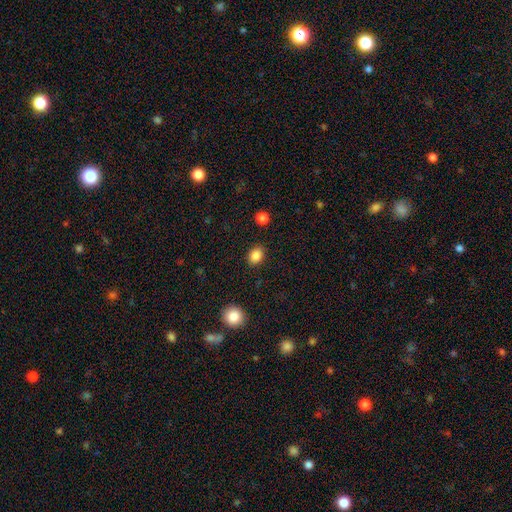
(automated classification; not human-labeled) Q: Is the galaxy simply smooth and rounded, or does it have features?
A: smooth — 86%.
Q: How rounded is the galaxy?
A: in between — 64%.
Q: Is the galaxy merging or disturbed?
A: none — 87%.